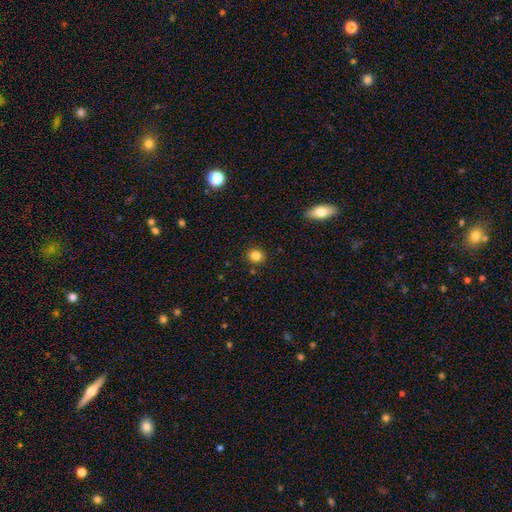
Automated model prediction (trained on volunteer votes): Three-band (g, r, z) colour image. It shows a smooth galaxy with no disk features (83%) that is round (81%). Merging: none (89%).